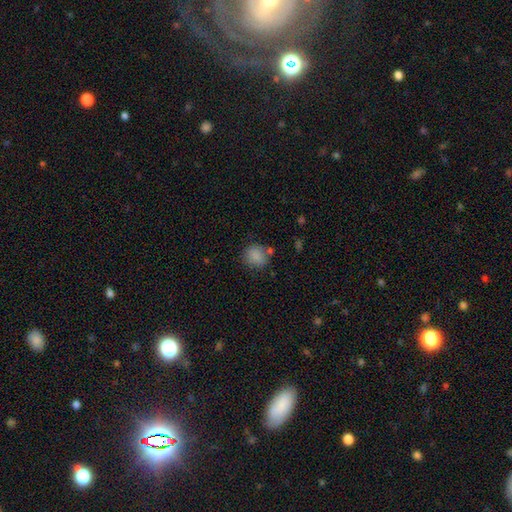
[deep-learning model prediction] Overall: smooth (85%). How rounded: round (78%). Merging: none (73%).